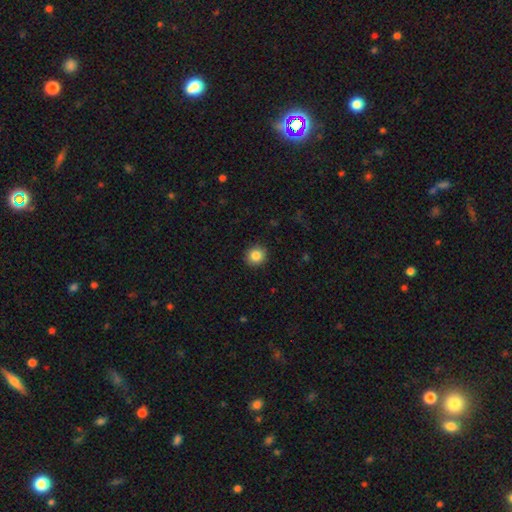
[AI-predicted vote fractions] A smooth galaxy with no disk features (85%) that is round (90%). Merging: none (92%).